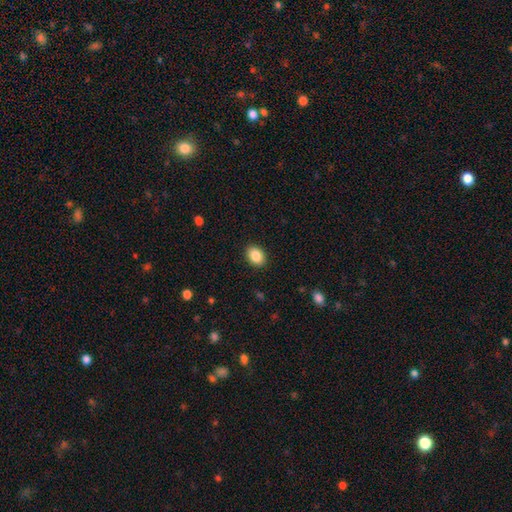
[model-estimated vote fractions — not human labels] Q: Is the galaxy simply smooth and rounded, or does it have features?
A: smooth — 87%.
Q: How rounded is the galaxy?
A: in between — 73%.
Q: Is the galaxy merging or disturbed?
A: none — 90%.